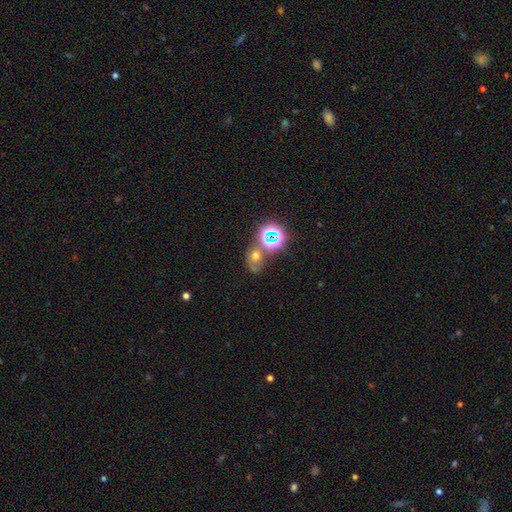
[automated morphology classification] The model was most divided on "smooth or featured": smooth: 49%, star or artifact: 35%, featured or disk: 15%. Remaining: merging — none (48%).